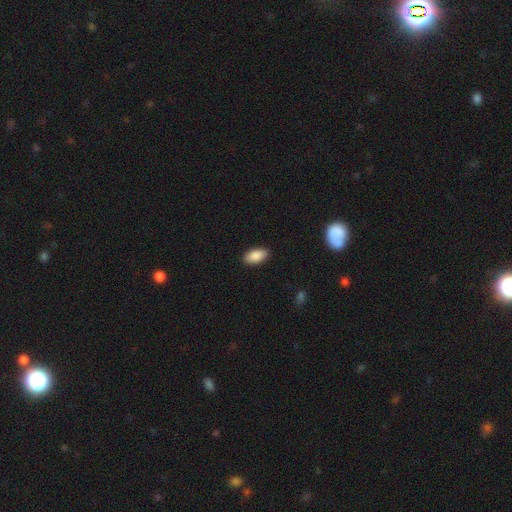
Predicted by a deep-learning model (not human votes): Q: Smooth or featured?
A: smooth (88%); runner-up: star or artifact (7%)
Q: How rounded?
A: in between (93%); runner-up: cigar-shaped (4%)
Q: Merging?
A: none (90%); runner-up: minor disturbance (8%)